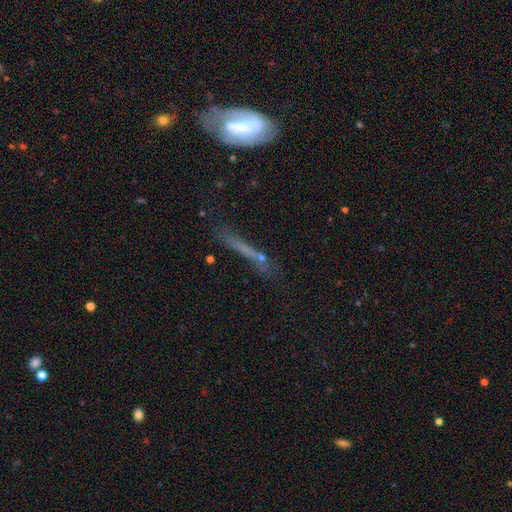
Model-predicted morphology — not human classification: A smooth galaxy with no disk features (45%).

Vote fractions:
- Smooth or featured? smooth: 45% / featured or disk: 37% / star or artifact: 18%
- Merging? none: 58% / minor disturbance: 20% / major disturbance: 13% / merger: 9%